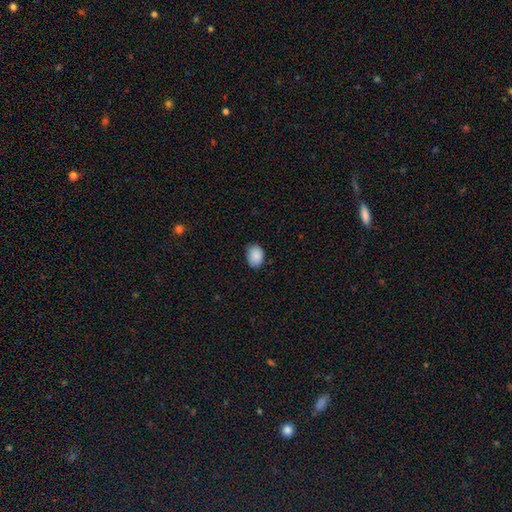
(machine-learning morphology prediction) A smooth galaxy with no disk features (89%) that is in between round and cigar-shaped (72%).

Vote fractions:
- Smooth or featured? smooth: 89% / star or artifact: 7% / featured or disk: 4%
- How rounded? in between: 72% / round: 27% / cigar-shaped: 1%
- Merging? none: 81% / minor disturbance: 16% / major disturbance: 2% / merger: 1%